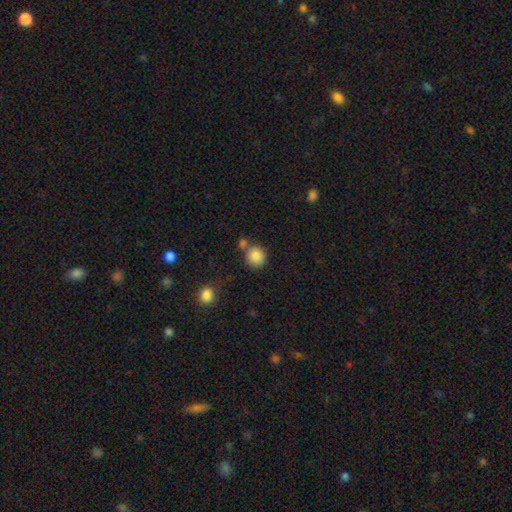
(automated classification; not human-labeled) A smooth galaxy with no disk features (86%) that is round (90%).

Vote fractions:
- Smooth or featured? smooth: 86% / star or artifact: 10% / featured or disk: 5%
- How rounded? round: 90% / in between: 9% / cigar-shaped: 1%
- Merging? none: 69% / merger: 18% / minor disturbance: 10% / major disturbance: 3%